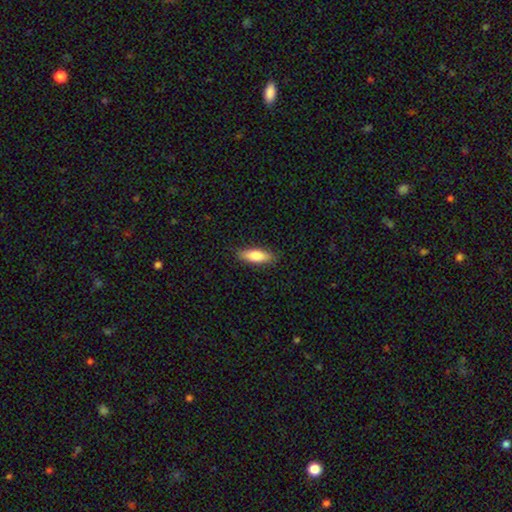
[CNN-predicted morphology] Smooth or featured?
  - smooth: 77% *
  - featured or disk: 17%
  - star or artifact: 6%
How rounded?
  - in between: 58% *
  - cigar-shaped: 40%
  - round: 2%
Merging?
  - none: 87% *
  - minor disturbance: 10%
  - major disturbance: 2%
  - merger: 1%